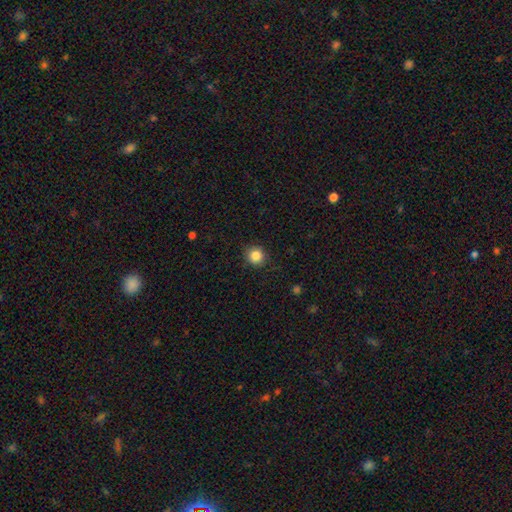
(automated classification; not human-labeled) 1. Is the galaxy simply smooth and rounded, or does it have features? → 86% smooth, 10% star or artifact, 4% featured or disk.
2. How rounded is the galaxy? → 91% round, 8% in between, 1% cigar-shaped.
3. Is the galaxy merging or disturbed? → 89% none, 7% minor disturbance, 2% major disturbance, 1% merger.